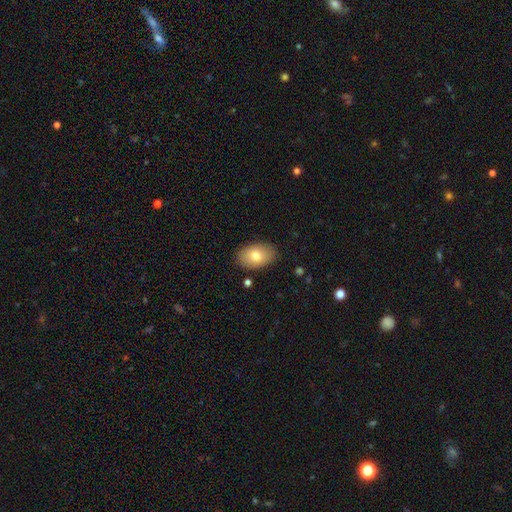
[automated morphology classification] smooth_or_featured: smooth (p=0.77) [alt: featured or disk p=0.15]
how_rounded: in between (p=0.90) [alt: round p=0.08]
merging: none (p=0.86) [alt: minor disturbance p=0.10]